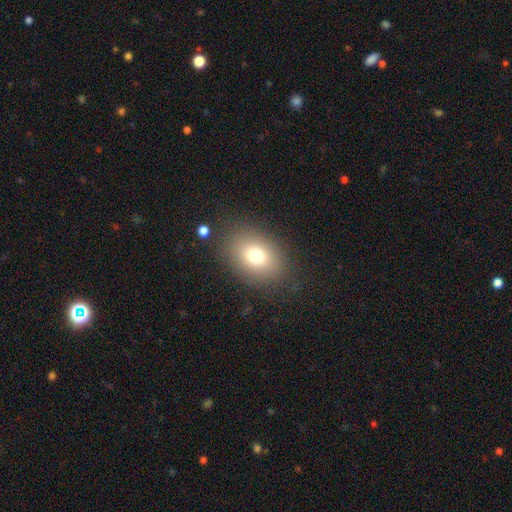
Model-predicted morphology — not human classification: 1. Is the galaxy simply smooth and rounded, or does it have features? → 75% smooth, 13% featured or disk, 13% star or artifact.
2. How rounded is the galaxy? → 69% in between, 30% round, 1% cigar-shaped.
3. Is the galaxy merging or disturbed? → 82% none, 11% minor disturbance, 5% major disturbance, 2% merger.